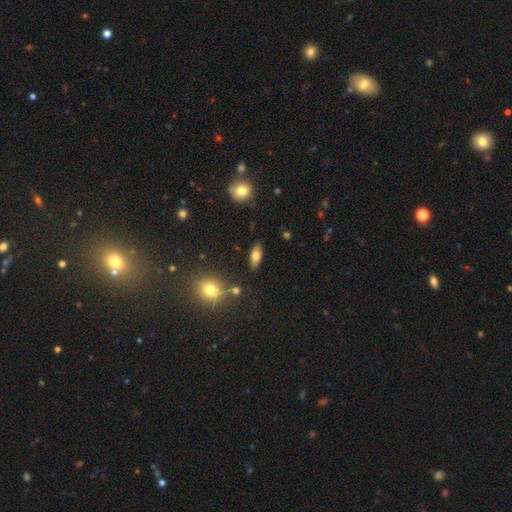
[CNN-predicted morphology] The model was most divided on "smooth or featured": smooth: 69%, featured or disk: 23%, star or artifact: 8%. More confident: merging — none (86%); how rounded — in between (78%).